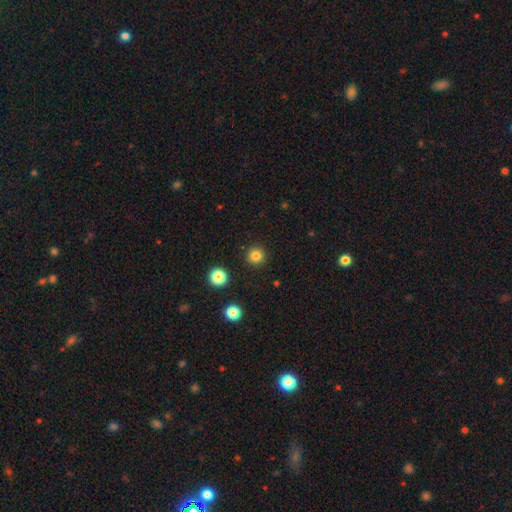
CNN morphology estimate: Q: Smooth or featured?
A: smooth (83%); runner-up: star or artifact (13%)
Q: How rounded?
A: round (95%); runner-up: in between (4%)
Q: Merging?
A: none (92%); runner-up: minor disturbance (5%)